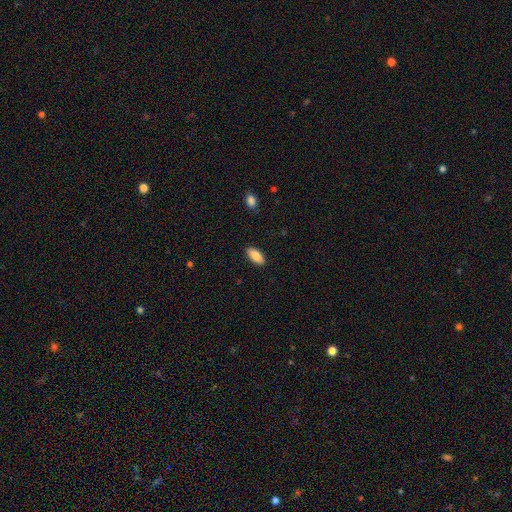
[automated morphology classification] Smooth or featured: smooth — 85% (featured or disk — 8%)
How rounded: in between — 83% (cigar-shaped — 15%)
Merging: none — 88% (minor disturbance — 9%)